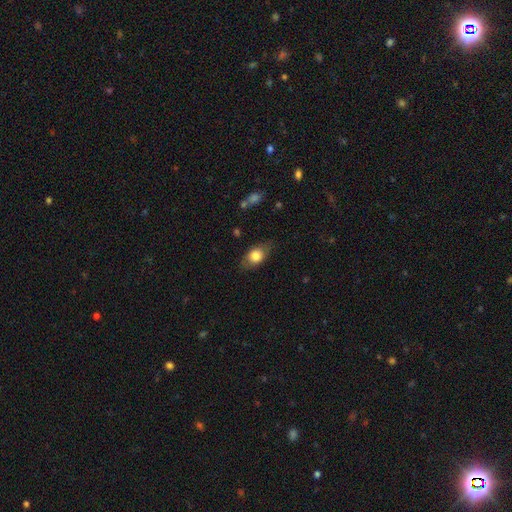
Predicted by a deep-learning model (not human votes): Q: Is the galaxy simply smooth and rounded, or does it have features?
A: smooth — 74%.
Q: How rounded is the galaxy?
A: in between — 79%.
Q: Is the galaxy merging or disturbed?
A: none — 75%.